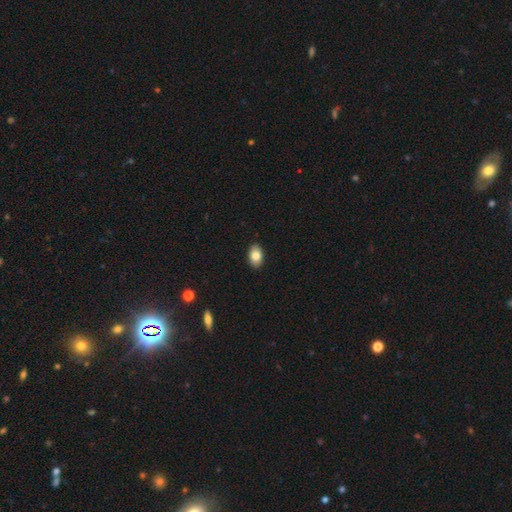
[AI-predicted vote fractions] The model was most divided on "smooth or featured": smooth: 82%, featured or disk: 11%, star or artifact: 8%. More confident: merging — none (90%); how rounded — in between (90%).